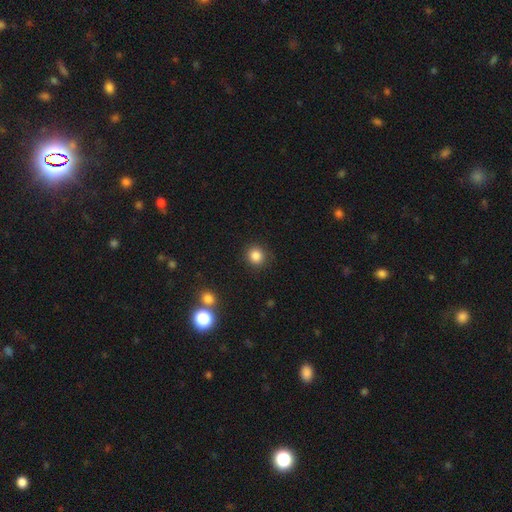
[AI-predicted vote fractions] Smooth or featured?
  - smooth: 84% *
  - star or artifact: 11%
  - featured or disk: 4%
How rounded?
  - round: 90% *
  - in between: 9%
  - cigar-shaped: 1%
Merging?
  - none: 89% *
  - minor disturbance: 7%
  - major disturbance: 2%
  - merger: 2%